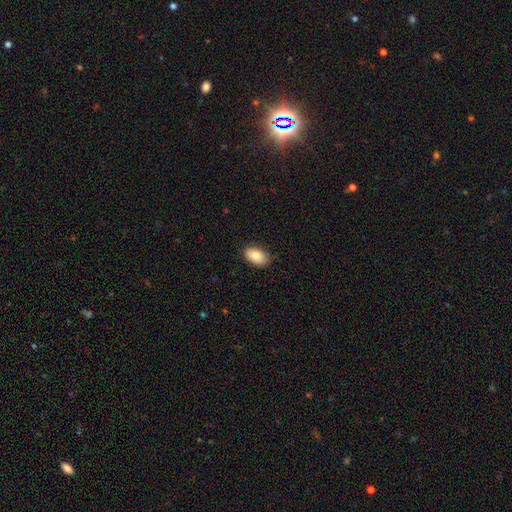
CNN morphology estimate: smooth 86%, featured or disk 7%, star or artifact 7%. Down the decision tree: how rounded — in between (92%); merging — none (85%).